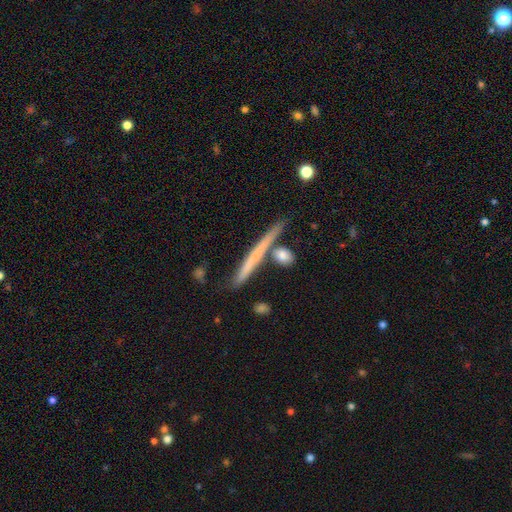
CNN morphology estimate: This appears to be a smooth galaxy with no disk features (49%). Merging: none (76%).